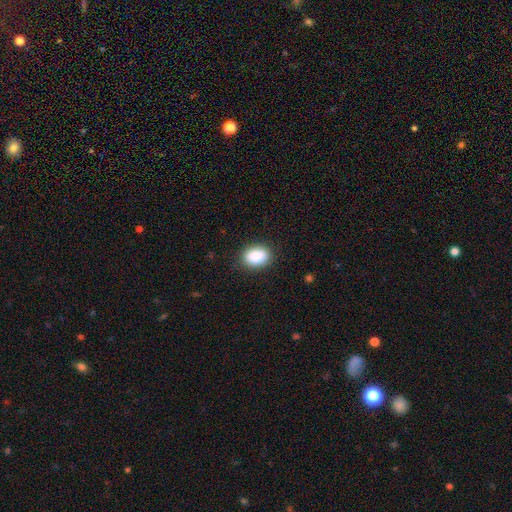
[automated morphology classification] smooth_or_featured: smooth (p=0.88) [alt: star or artifact p=0.07]
how_rounded: in between (p=0.75) [alt: round p=0.23]
merging: none (p=0.87) [alt: minor disturbance p=0.09]